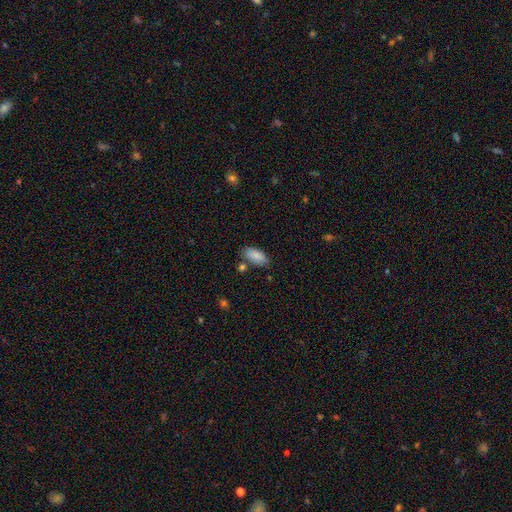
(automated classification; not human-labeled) Smooth or featured?
  - smooth: 86% *
  - featured or disk: 7%
  - star or artifact: 7%
How rounded?
  - in between: 91% *
  - cigar-shaped: 7%
  - round: 2%
Merging?
  - none: 76% *
  - minor disturbance: 15%
  - merger: 6%
  - major disturbance: 3%